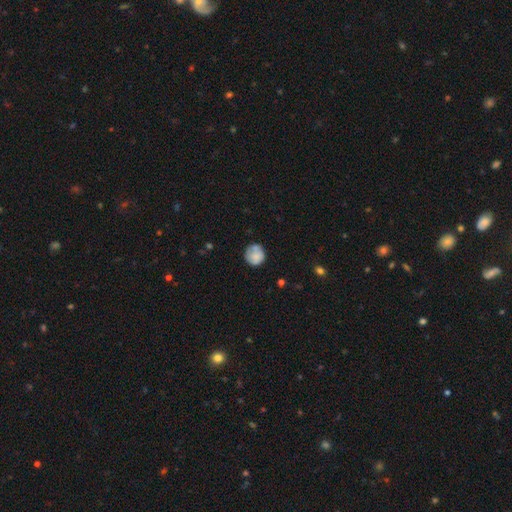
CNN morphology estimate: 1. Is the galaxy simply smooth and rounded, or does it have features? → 75% smooth, 17% featured or disk, 8% star or artifact.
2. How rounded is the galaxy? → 88% round, 11% in between, 1% cigar-shaped.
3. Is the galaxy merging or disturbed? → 63% none, 23% minor disturbance, 7% major disturbance, 7% merger.